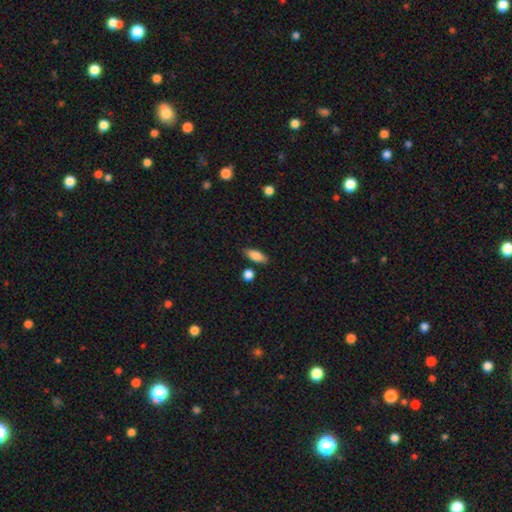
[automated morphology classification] Q: Smooth or featured?
A: smooth (84%); runner-up: featured or disk (9%)
Q: How rounded?
A: in between (78%); runner-up: cigar-shaped (18%)
Q: Merging?
A: none (81%); runner-up: minor disturbance (12%)